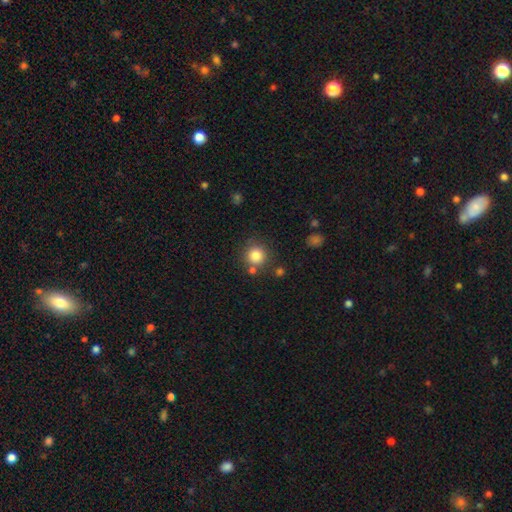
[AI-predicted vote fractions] This is clearly a smooth galaxy (83%). How rounded: clearly round (93%). Merging: likely none (76%).